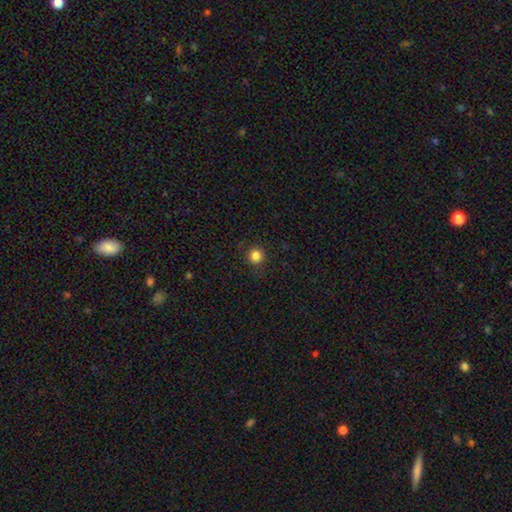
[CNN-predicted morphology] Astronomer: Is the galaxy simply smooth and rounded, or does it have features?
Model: smooth — 84%.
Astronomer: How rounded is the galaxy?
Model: round — 93%.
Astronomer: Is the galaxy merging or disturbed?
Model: none — 88%.